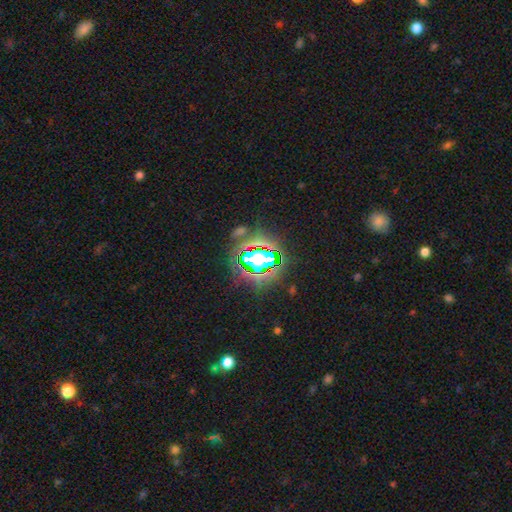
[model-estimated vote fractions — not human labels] Morphology: type=star or artifact (81%).